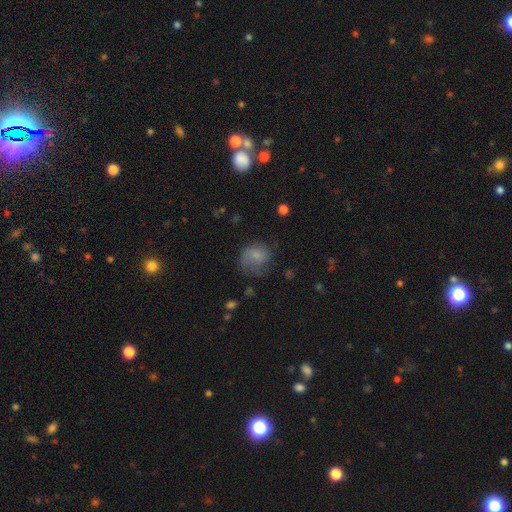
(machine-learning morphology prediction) Smooth or featured? smooth (61%)
How rounded? round (68%)
Merging? none (45%)